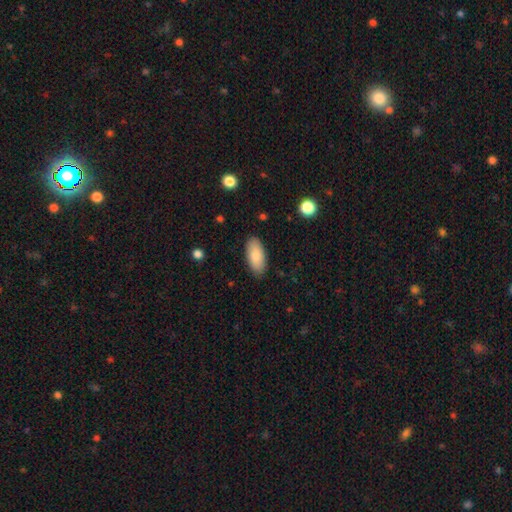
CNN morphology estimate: smooth_or_featured: smooth (p=0.83) [alt: featured or disk p=0.11]
how_rounded: in between (p=0.91) [alt: cigar-shaped p=0.07]
merging: none (p=0.87) [alt: minor disturbance p=0.09]